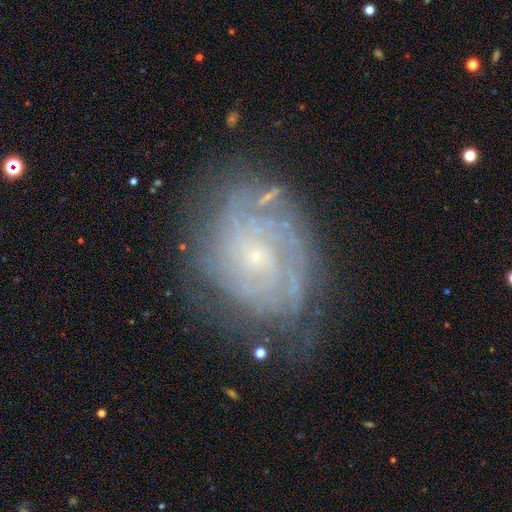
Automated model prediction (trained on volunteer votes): Smooth or featured? featured or disk (81%)
Edge-on disk? no (97%)
Bar? no (77%)
Spiral arms? yes (93%)
Spiral winding? tight (72%)
Spiral arm count? can't tell (40%)
Bulge size? small (83%)
Merging? none (69%)